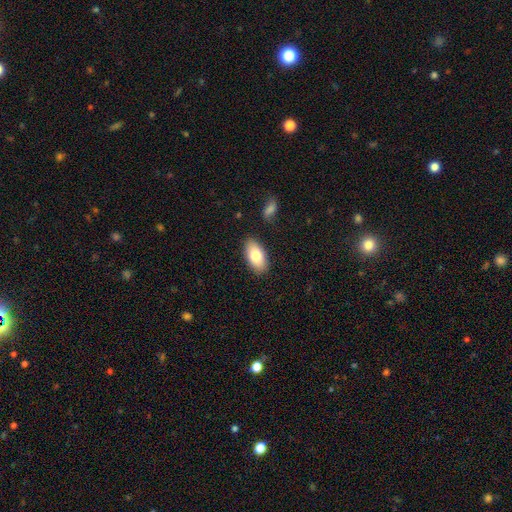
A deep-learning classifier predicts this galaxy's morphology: Q: Smooth or featured?
A: smooth (79%); runner-up: featured or disk (14%)
Q: How rounded?
A: in between (93%); runner-up: round (3%)
Q: Merging?
A: none (86%); runner-up: minor disturbance (10%)